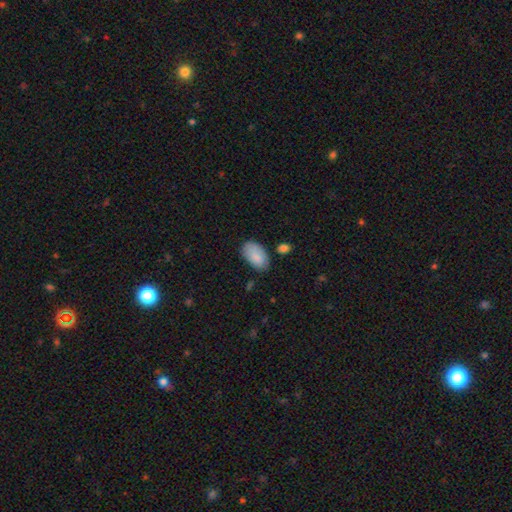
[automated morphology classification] smooth 87%, featured or disk 7%, star or artifact 6%. Down the decision tree: how rounded — in between (95%); merging — none (73%).